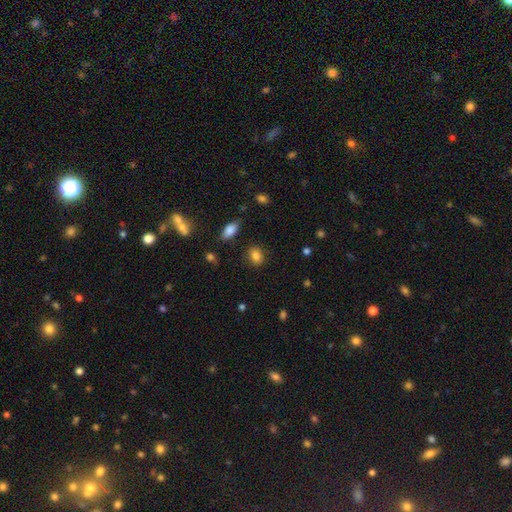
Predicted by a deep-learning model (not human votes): Smooth or featured? smooth (84%)
How rounded? in between (61%)
Merging? none (85%)